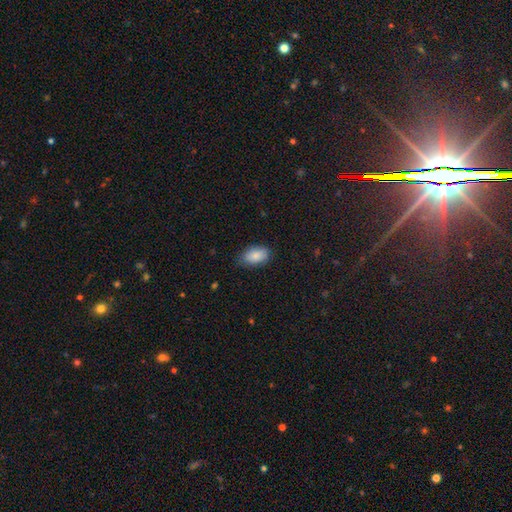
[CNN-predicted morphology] type=smooth (85%); roundness=in between (91%); merging=none (74%).